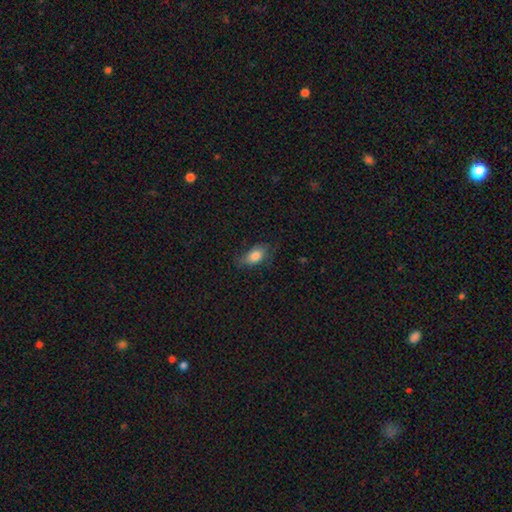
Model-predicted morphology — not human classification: smooth_or_featured: smooth (p=0.82) [alt: featured or disk p=0.10]
how_rounded: in between (p=0.88) [alt: round p=0.07]
merging: none (p=0.66) [alt: minor disturbance p=0.25]